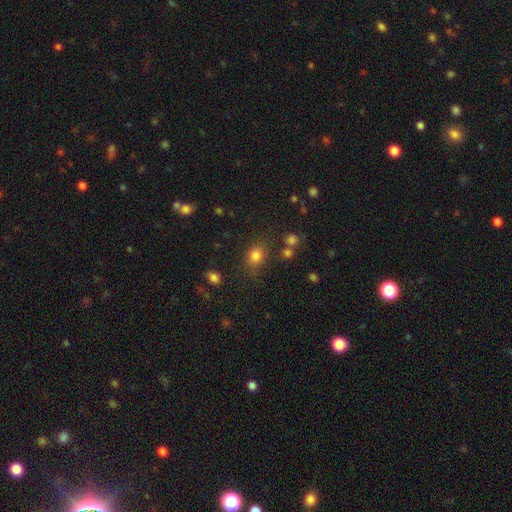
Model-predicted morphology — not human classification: This is clearly a smooth galaxy (80%). How rounded: possibly round (57%). Merging: likely none (75%).